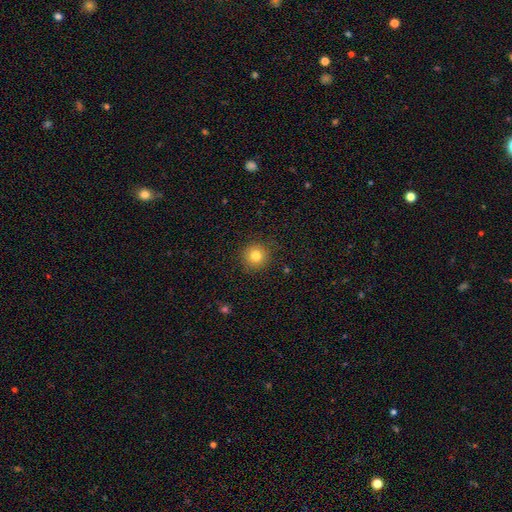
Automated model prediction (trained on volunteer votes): Q: Smooth or featured?
A: smooth (80%); runner-up: star or artifact (12%)
Q: How rounded?
A: round (94%); runner-up: in between (5%)
Q: Merging?
A: none (90%); runner-up: minor disturbance (7%)